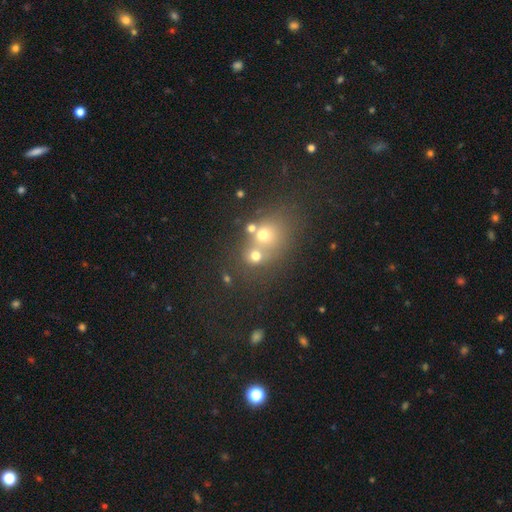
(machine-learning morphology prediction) The model was most divided on "merging": merger: 44%, none: 43%, minor disturbance: 8%, major disturbance: 5%. More confident: how rounded — round (74%); smooth or featured — smooth (63%).